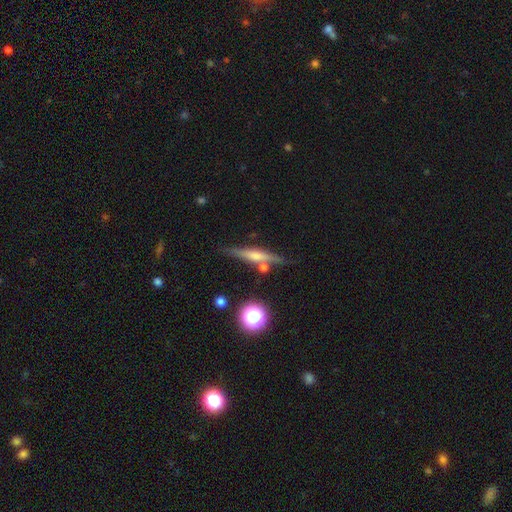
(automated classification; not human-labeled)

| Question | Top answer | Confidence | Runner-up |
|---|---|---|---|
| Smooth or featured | featured or disk | 62% | smooth (28%) |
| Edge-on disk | yes | 95% | no (5%) |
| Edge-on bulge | rounded | 63% | none (22%) |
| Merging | none | 80% | minor disturbance (12%) |